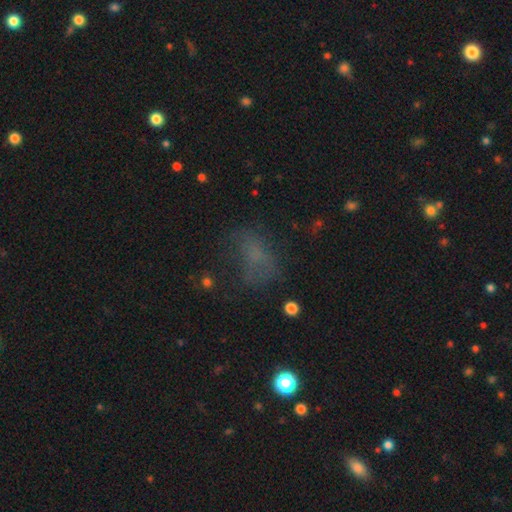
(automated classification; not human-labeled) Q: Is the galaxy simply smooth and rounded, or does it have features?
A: smooth — 50%.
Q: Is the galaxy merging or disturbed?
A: none — 47%.